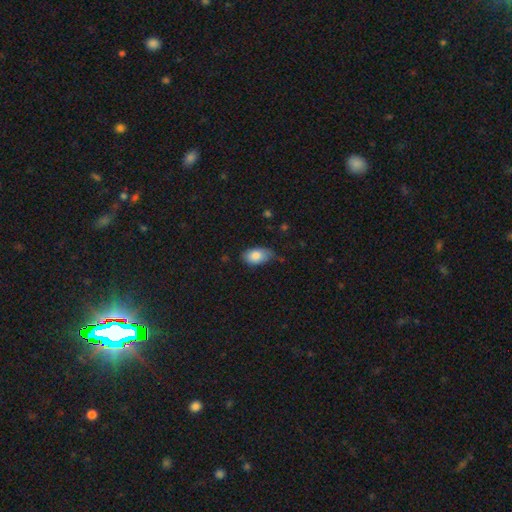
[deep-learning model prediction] Q: Smooth or featured?
A: smooth (83%); runner-up: featured or disk (10%)
Q: How rounded?
A: in between (91%); runner-up: round (7%)
Q: Merging?
A: none (58%); runner-up: minor disturbance (34%)